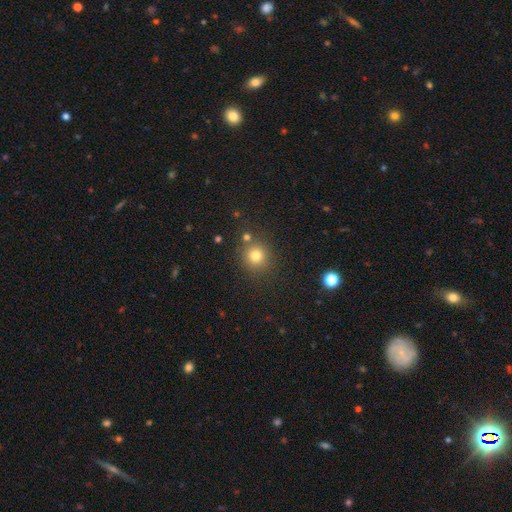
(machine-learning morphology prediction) The model was most divided on "smooth or featured": smooth: 78%, star or artifact: 15%, featured or disk: 7%. More confident: how rounded — round (91%); merging — none (80%).